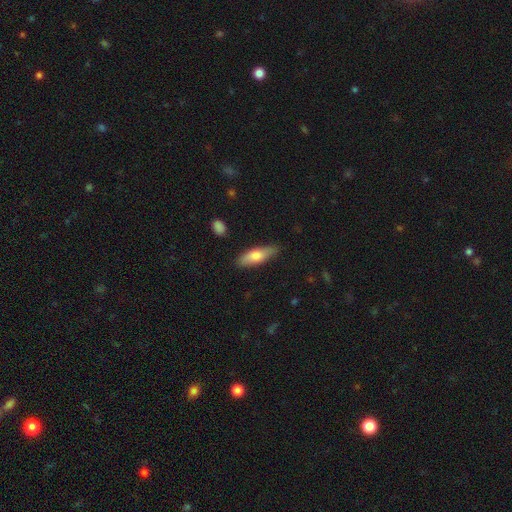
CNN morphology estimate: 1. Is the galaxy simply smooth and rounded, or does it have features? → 70% smooth, 24% featured or disk, 6% star or artifact.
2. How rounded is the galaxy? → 53% in between, 44% cigar-shaped, 2% round.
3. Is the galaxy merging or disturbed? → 82% none, 14% minor disturbance, 3% major disturbance, 2% merger.